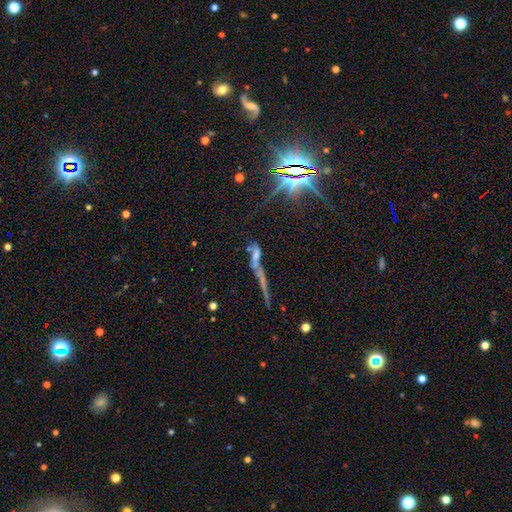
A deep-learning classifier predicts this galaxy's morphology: featured or disk 41%, star or artifact 33%, smooth 26%. Down the decision tree: merging — merger (35%).